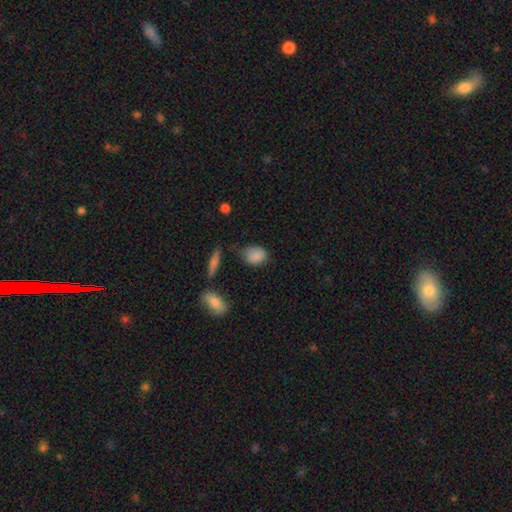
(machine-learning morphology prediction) smooth-or-featured: smooth: 84% | star or artifact: 9% | featured or disk: 7%
  how-rounded: in between: 69% | round: 29% | cigar-shaped: 2%
  merging: none: 60% | minor disturbance: 29% | major disturbance: 7% | merger: 4%